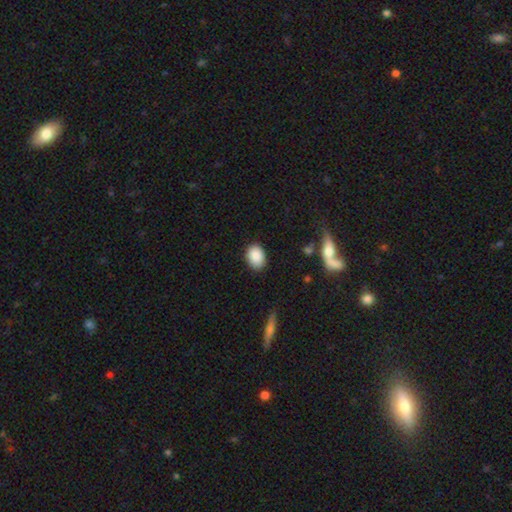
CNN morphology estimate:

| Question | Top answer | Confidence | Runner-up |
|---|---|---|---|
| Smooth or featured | smooth | 88% | star or artifact (8%) |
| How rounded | in between | 70% | round (29%) |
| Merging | none | 84% | minor disturbance (12%) |